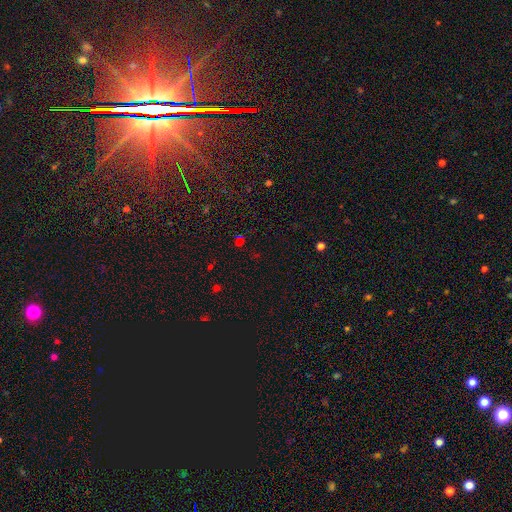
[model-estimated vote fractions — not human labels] Smooth or featured?
  - star or artifact: 56% *
  - smooth: 36%
  - featured or disk: 8%